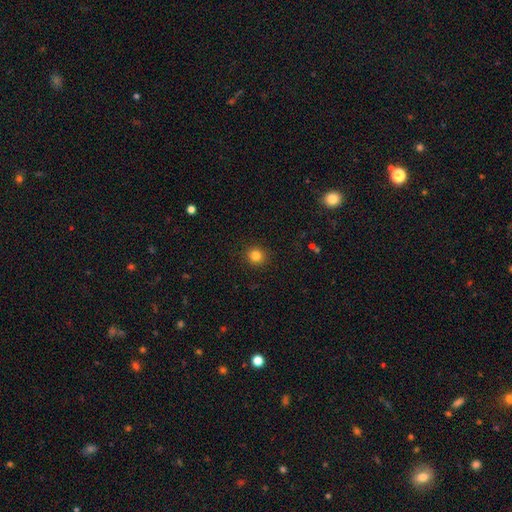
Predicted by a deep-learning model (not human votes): smooth-or-featured: smooth: 83% | star or artifact: 12% | featured or disk: 5%
  how-rounded: round: 93% | in between: 6% | cigar-shaped: 1%
  merging: none: 92% | minor disturbance: 5% | major disturbance: 2% | merger: 1%